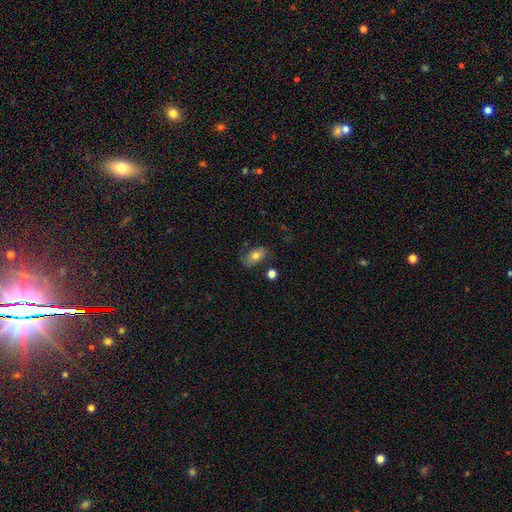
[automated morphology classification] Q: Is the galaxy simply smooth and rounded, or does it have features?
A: smooth — 65%.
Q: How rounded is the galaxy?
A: in between — 88%.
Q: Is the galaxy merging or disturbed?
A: none — 62%.